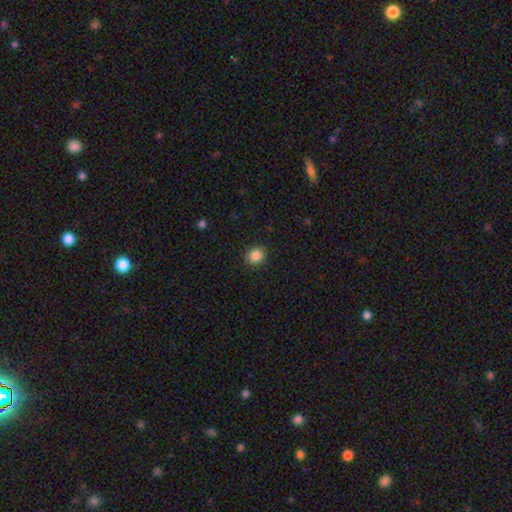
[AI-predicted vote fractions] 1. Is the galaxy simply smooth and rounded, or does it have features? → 85% smooth, 10% star or artifact, 4% featured or disk.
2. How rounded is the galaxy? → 83% round, 16% in between, 1% cigar-shaped.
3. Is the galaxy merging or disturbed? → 90% none, 7% minor disturbance, 2% major disturbance, 1% merger.